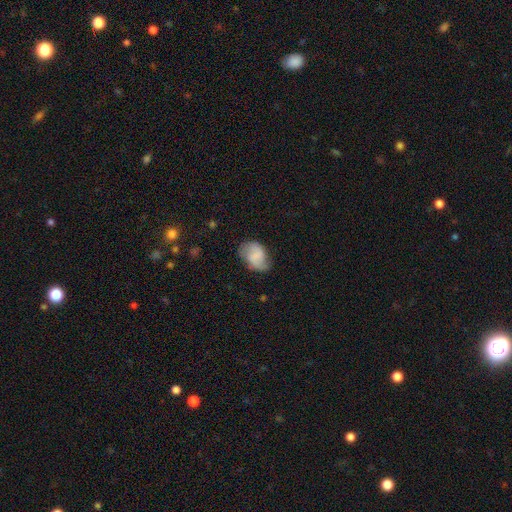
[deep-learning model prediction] This appears to be a smooth galaxy with no disk features (50%). Merging: none (64%).